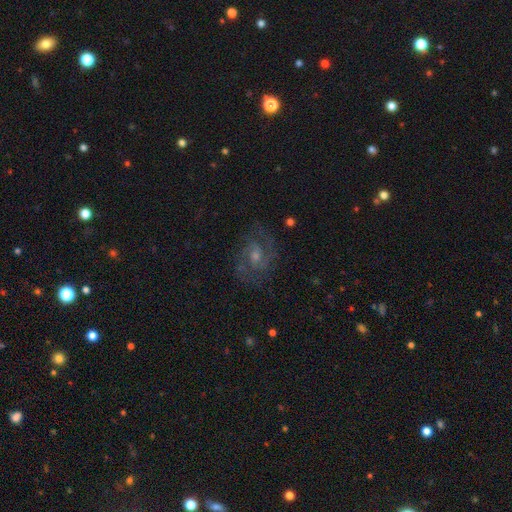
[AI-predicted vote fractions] Smooth or featured: featured or disk — 81% (star or artifact — 10%)
Edge-on disk: no — 98% (yes — 2%)
Bar: no — 48% (weak — 44%)
Spiral arms: yes — 96% (no — 4%)
Spiral winding: medium — 53% (tight — 35%)
Spiral arm count: 2 — 75% (can't tell — 10%)
Bulge size: small — 48% (moderate — 42%)
Merging: none — 77% (minor disturbance — 14%)